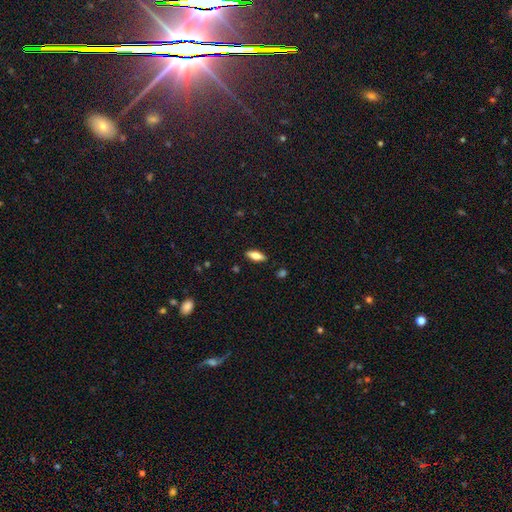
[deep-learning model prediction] Overall: smooth (69%). How rounded: in between (71%). Merging: none (87%).